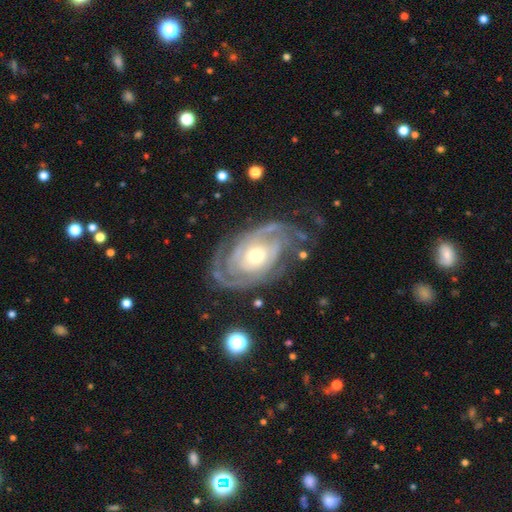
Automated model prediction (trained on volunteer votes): Smooth or featured: featured or disk — 89% (smooth — 7%)
Edge-on disk: no — 96% (yes — 4%)
Bar: no — 73% (weak — 19%)
Spiral arms: yes — 95% (no — 5%)
Spiral winding: tight — 66% (medium — 27%)
Spiral arm count: 2 — 36% (can't tell — 25%)
Bulge size: moderate — 60% (small — 32%)
Merging: none — 68% (minor disturbance — 19%)